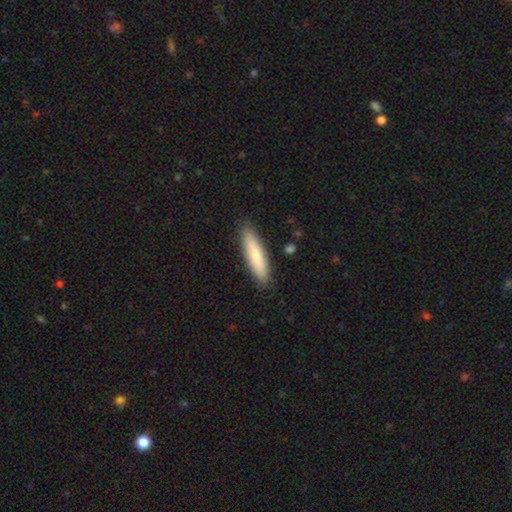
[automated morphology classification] Overall: smooth (81%). How rounded: cigar-shaped (76%). Merging: none (88%).